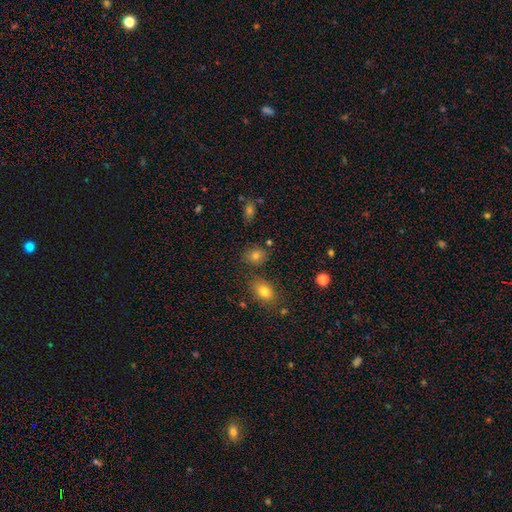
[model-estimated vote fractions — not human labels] smooth 78%, star or artifact 13%, featured or disk 8%. Down the decision tree: how rounded — round (53%); merging — none (77%).